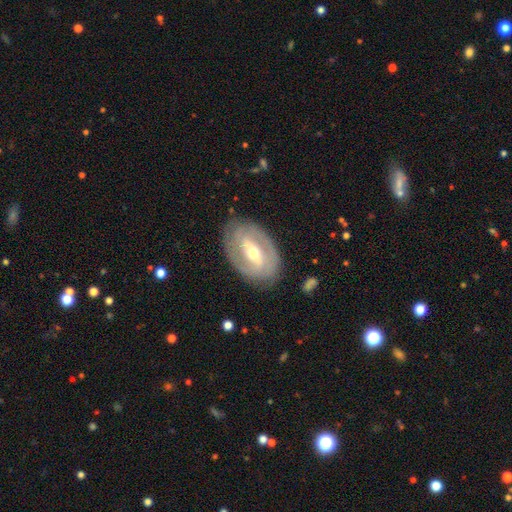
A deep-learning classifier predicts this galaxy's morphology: A featured or disk galaxy (79%) with a strong bar (48%), 2 (66%) tight (60%) spiral arms (76%) and a moderate central bulge (60%). Merging: none (82%).